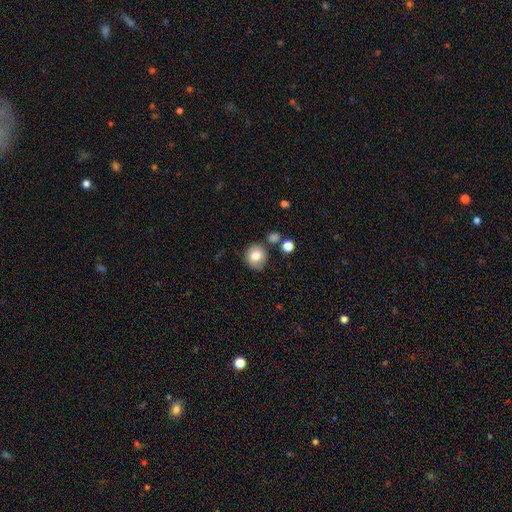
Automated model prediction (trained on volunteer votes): Smooth or featured: smooth — 77% (featured or disk — 13%)
How rounded: round — 85% (in between — 14%)
Merging: none — 76% (minor disturbance — 13%)